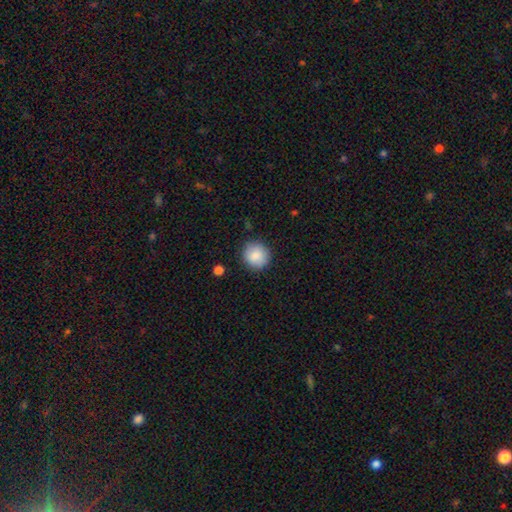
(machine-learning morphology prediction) Q: Smooth or featured?
A: smooth (88%); runner-up: star or artifact (7%)
Q: How rounded?
A: round (90%); runner-up: in between (9%)
Q: Merging?
A: none (88%); runner-up: minor disturbance (8%)